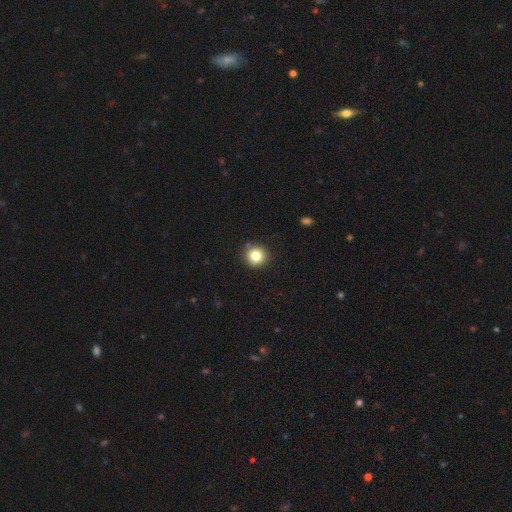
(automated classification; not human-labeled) smooth 81%, star or artifact 11%, featured or disk 7%. Down the decision tree: how rounded — round (92%); merging — none (87%).